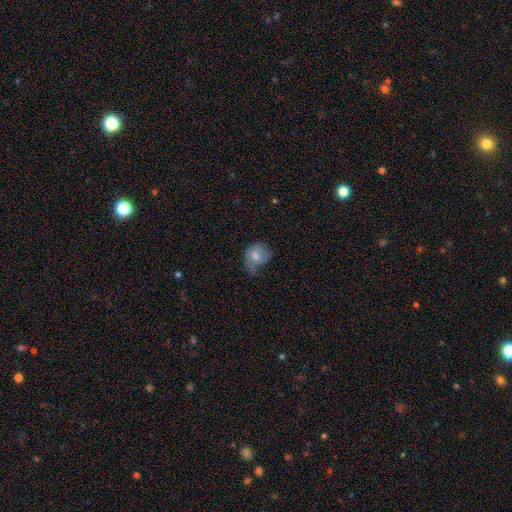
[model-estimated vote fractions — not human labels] smooth_or_featured: smooth (p=0.65) [alt: featured or disk p=0.27]
how_rounded: round (p=0.51) [alt: in between p=0.48]
merging: minor disturbance (p=0.37) [alt: none p=0.32]